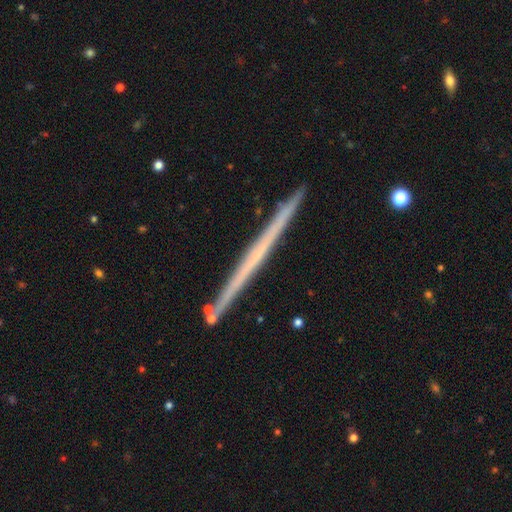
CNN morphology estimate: Smooth or featured? featured or disk (64%)
Edge-on disk? yes (98%)
Edge-on bulge? none (90%)
Merging? none (90%)